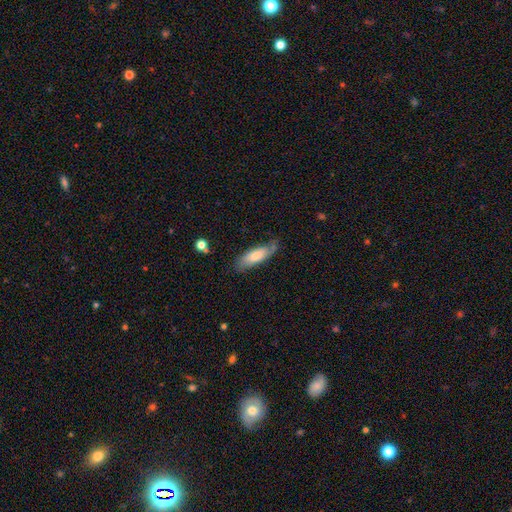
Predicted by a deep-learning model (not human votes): Smooth or featured? smooth (61%)
How rounded? in between (60%)
Merging? none (65%)